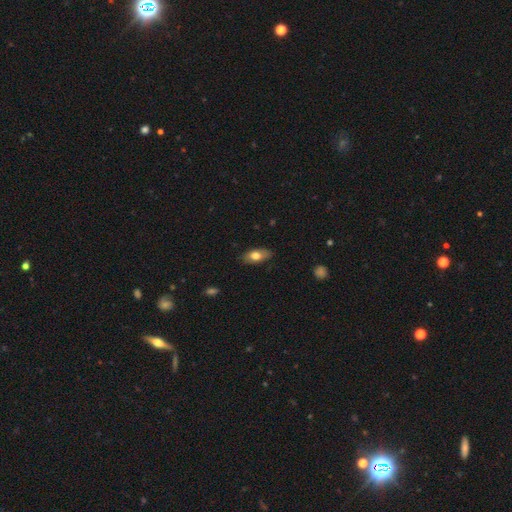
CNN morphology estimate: Smooth or featured: smooth — 74% (featured or disk — 20%)
How rounded: in between — 87% (cigar-shaped — 9%)
Merging: none — 84% (minor disturbance — 12%)